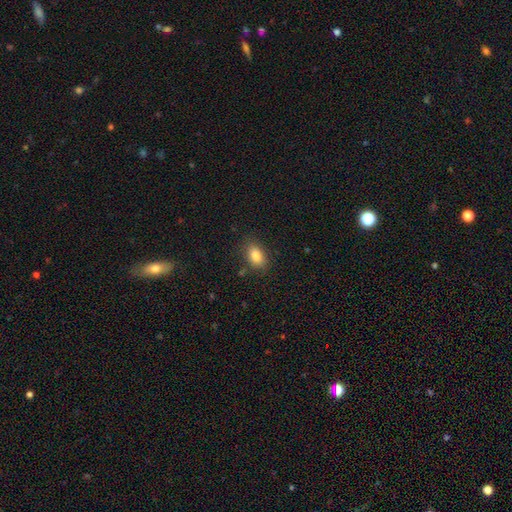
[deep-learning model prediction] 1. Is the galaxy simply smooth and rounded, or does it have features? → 84% smooth, 9% star or artifact, 7% featured or disk.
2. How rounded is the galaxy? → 86% in between, 12% round, 2% cigar-shaped.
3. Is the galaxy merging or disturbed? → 82% none, 13% minor disturbance, 3% major disturbance, 2% merger.